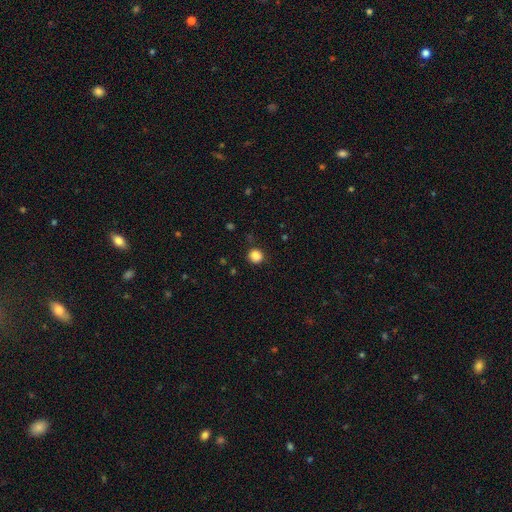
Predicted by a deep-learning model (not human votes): Q: Smooth or featured?
A: smooth (86%); runner-up: star or artifact (11%)
Q: How rounded?
A: round (82%); runner-up: in between (17%)
Q: Merging?
A: none (82%); runner-up: minor disturbance (13%)